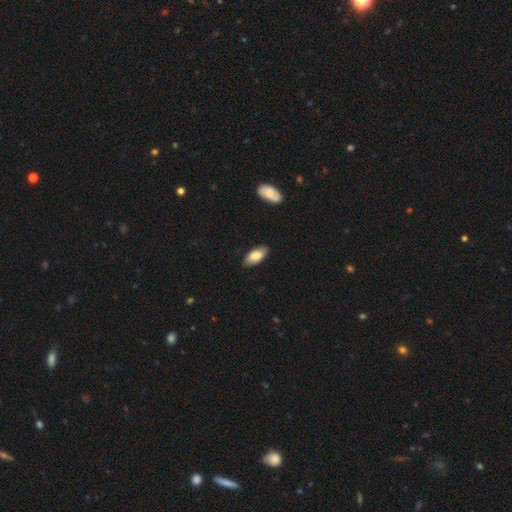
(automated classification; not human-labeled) Morphology: type=smooth (81%); roundness=in between (91%); merging=none (82%).